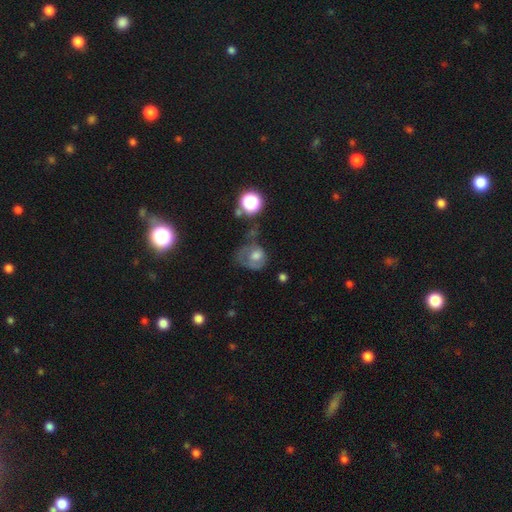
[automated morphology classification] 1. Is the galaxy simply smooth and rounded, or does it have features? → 53% smooth, 35% featured or disk, 12% star or artifact.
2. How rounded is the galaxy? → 64% round, 35% in between, 1% cigar-shaped.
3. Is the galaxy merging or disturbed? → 40% major disturbance, 28% none, 24% minor disturbance, 8% merger.